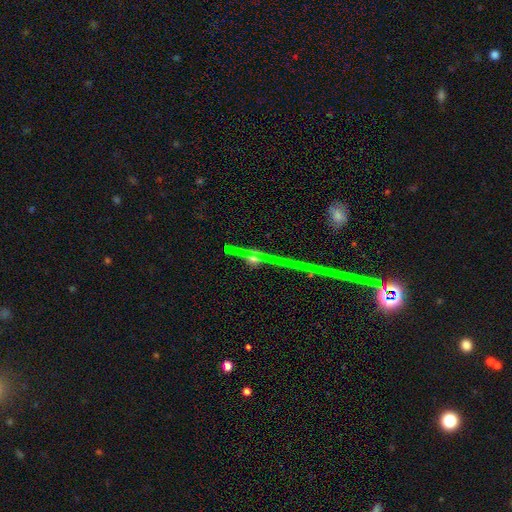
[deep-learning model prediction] A star or artifact, not a galaxy (66%).

Vote fractions:
- Smooth or featured? star or artifact: 66% / featured or disk: 21% / smooth: 13%